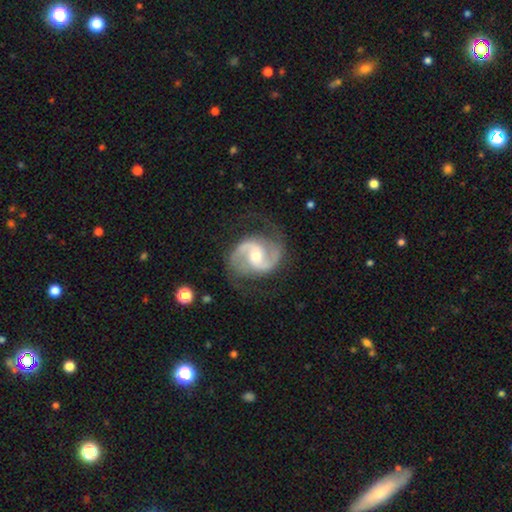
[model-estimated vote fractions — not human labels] A featured or disk galaxy (92%) with a weak bar (46%), 2 (94%) medium (59%) spiral arms (98%) and a moderate central bulge (61%).

Vote fractions:
- Smooth or featured? featured or disk: 92% / star or artifact: 4% / smooth: 4%
- Edge-on disk? no: 98% / yes: 2%
- Bar? weak: 46% / no: 37% / strong: 17%
- Spiral arms? yes: 98% / no: 2%
- Spiral winding? medium: 59% / loose: 22% / tight: 19%
- Spiral arm count? 2: 94% / can't tell: 2% / 3: 1% / 1: 1% / 4: 1% / more than 4: 1%
- Bulge size? moderate: 61% / small: 34% / large: 3% / none: 1% / dominant: 1%
- Merging? none: 75% / minor disturbance: 16% / major disturbance: 8% / merger: 1%